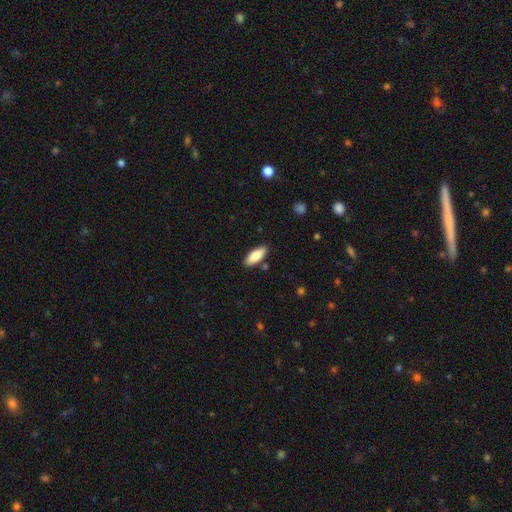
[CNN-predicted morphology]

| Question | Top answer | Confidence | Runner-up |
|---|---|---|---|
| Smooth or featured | smooth | 80% | featured or disk (14%) |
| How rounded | in between | 71% | cigar-shaped (27%) |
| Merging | none | 86% | minor disturbance (9%) |